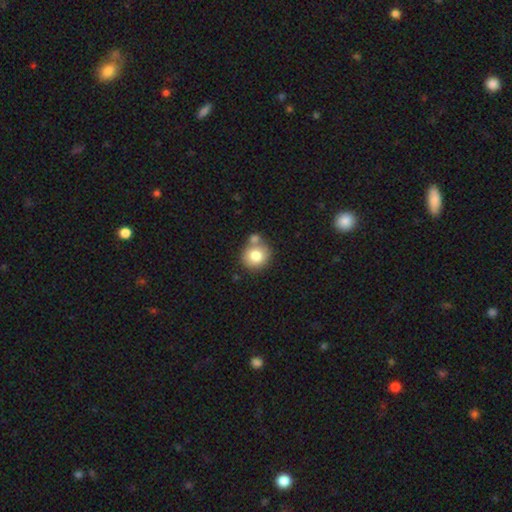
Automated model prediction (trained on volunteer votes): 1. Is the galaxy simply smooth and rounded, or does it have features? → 80% smooth, 12% featured or disk, 9% star or artifact.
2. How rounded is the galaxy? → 84% round, 15% in between, 1% cigar-shaped.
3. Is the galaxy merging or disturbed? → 59% none, 27% merger, 11% minor disturbance, 3% major disturbance.